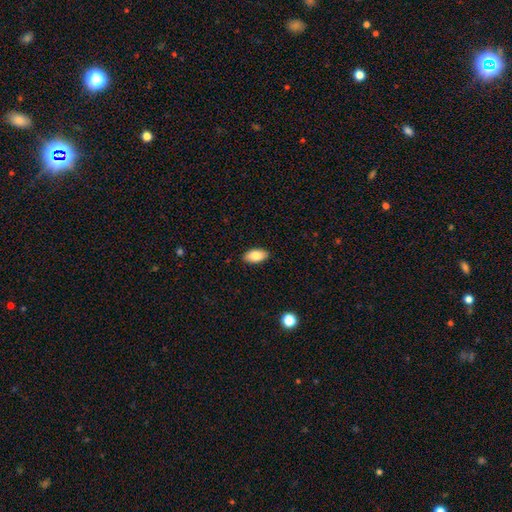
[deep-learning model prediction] Q: Smooth or featured?
A: smooth (84%); runner-up: featured or disk (9%)
Q: How rounded?
A: in between (94%); runner-up: cigar-shaped (4%)
Q: Merging?
A: none (89%); runner-up: minor disturbance (8%)